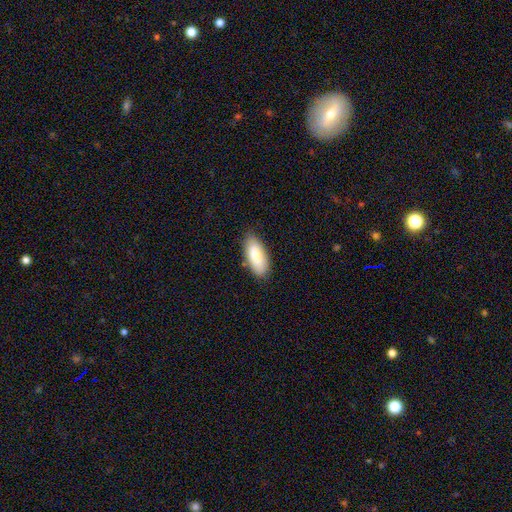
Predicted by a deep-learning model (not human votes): Smooth or featured: smooth — 82% (featured or disk — 12%)
How rounded: in between — 84% (cigar-shaped — 15%)
Merging: none — 84% (minor disturbance — 13%)